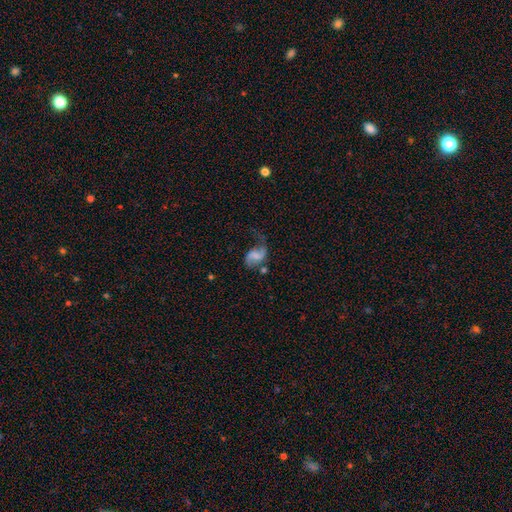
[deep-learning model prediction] smooth_or_featured: featured or disk (p=0.69) [alt: smooth p=0.21]
disk_edge_on: no (p=0.98) [alt: yes p=0.02]
bar: weak (p=0.45) [alt: no p=0.36]
has_spiral_arms: yes (p=0.91) [alt: no p=0.09]
spiral_winding: loose (p=0.71) [alt: medium p=0.23]
spiral_arm_count: 2 (p=0.80) [alt: 1 p=0.14]
bulge_size: none (p=0.50) [alt: small p=0.25]
merging: none (p=0.40) [alt: major disturbance p=0.29]